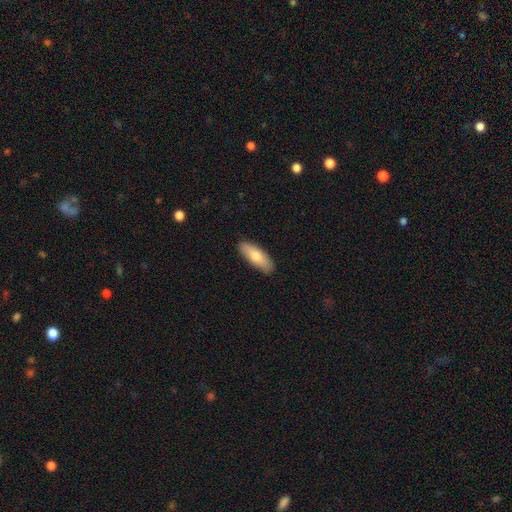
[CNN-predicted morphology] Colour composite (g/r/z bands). It shows a smooth galaxy with no disk features (75%) that is in between round and cigar-shaped (65%). Merging: none (89%).